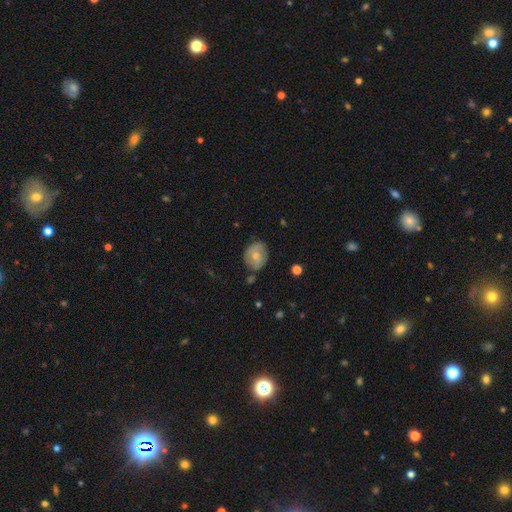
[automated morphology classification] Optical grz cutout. It shows a smooth galaxy with no disk features (55%) that is round (54%). Merging: none (68%).